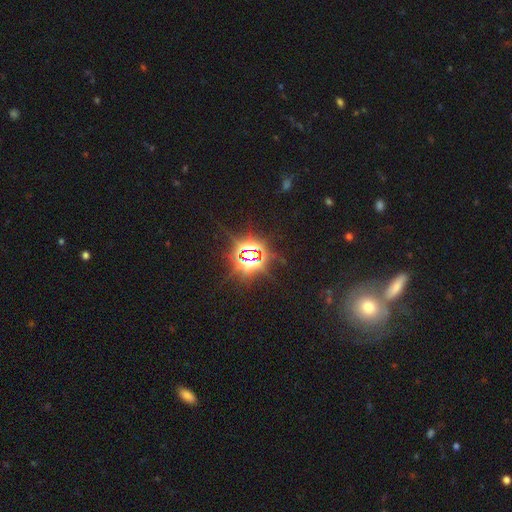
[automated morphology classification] smooth-or-featured: star or artifact: 83% | featured or disk: 8% | smooth: 8%